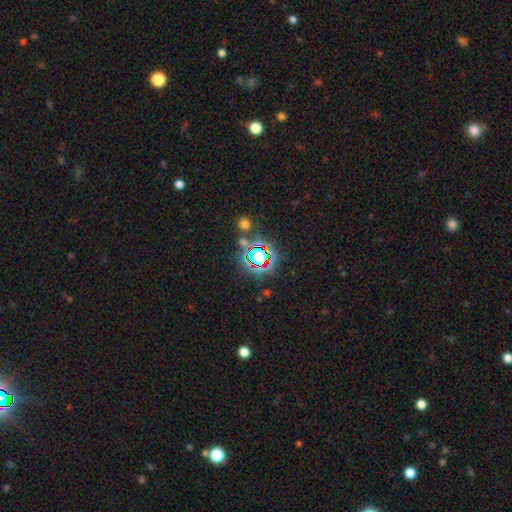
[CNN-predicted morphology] A star or artifact, not a galaxy (79%).

Vote fractions:
- Smooth or featured? star or artifact: 79% / smooth: 13% / featured or disk: 8%